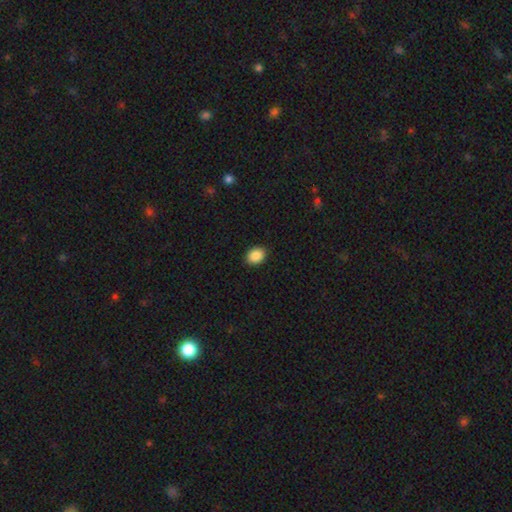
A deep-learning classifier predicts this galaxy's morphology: Smooth or featured? Predicted: smooth (p=0.89). How rounded? Predicted: in between (p=0.65). Merging? Predicted: none (p=0.90).